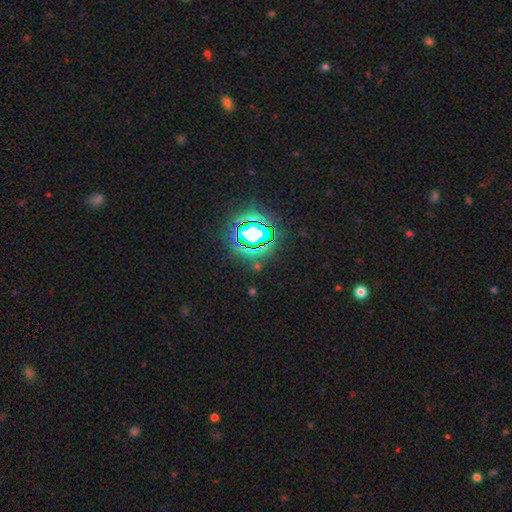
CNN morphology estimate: Smooth or featured: star or artifact — 82% (smooth — 11%)